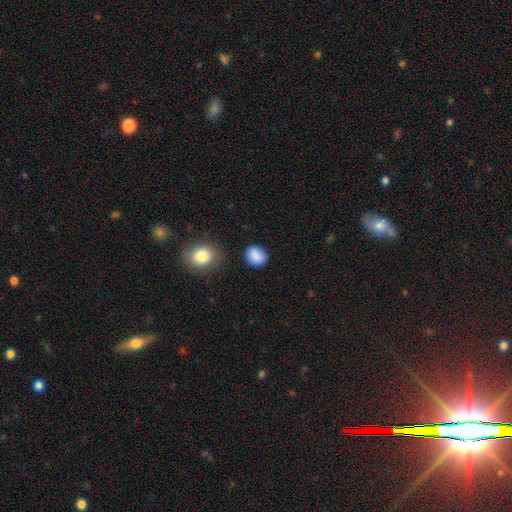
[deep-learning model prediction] Smooth or featured? smooth (87%)
How rounded? round (66%)
Merging? none (81%)